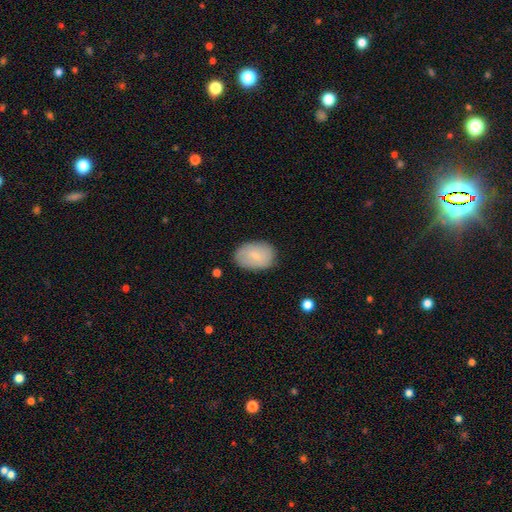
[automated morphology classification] smooth_or_featured: smooth (p=0.75) [alt: featured or disk p=0.18]
how_rounded: in between (p=0.86) [alt: round p=0.13]
merging: none (p=0.81) [alt: minor disturbance p=0.15]